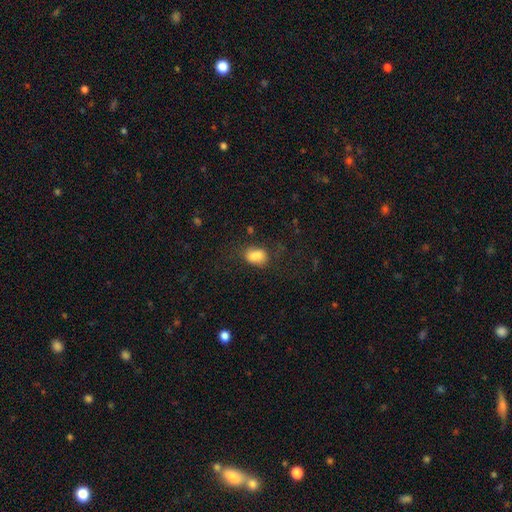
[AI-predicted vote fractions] This is clearly a smooth galaxy (80%). How rounded: likely in between (77%). Merging: possibly none (56%).